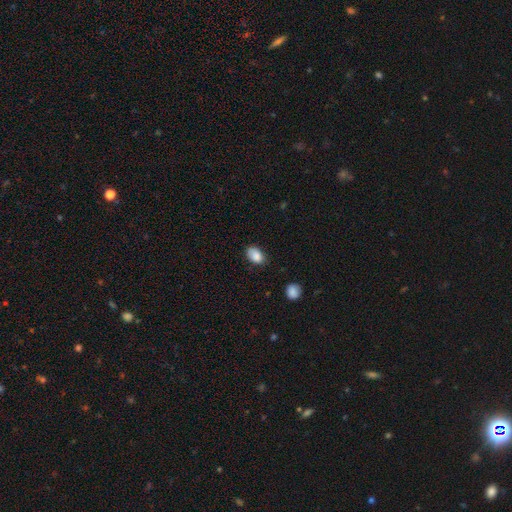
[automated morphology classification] A smooth galaxy with no disk features (87%) that is in between round and cigar-shaped (88%). Merging: none (72%).